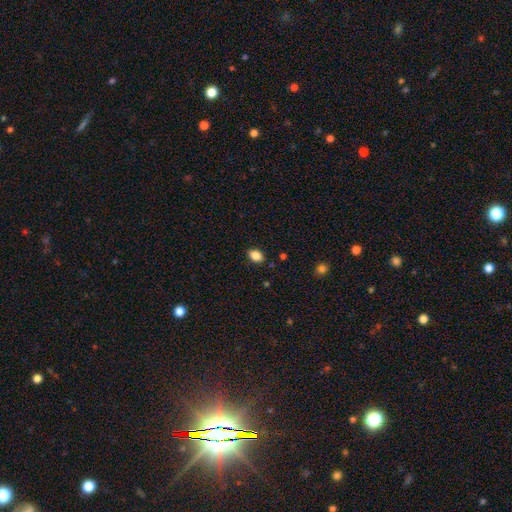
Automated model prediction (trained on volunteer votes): Morphology: type=smooth (87%); roundness=in between (80%); merging=none (87%).